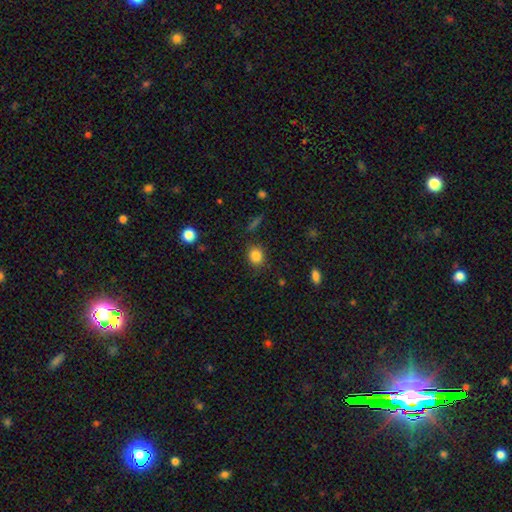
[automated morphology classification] A smooth galaxy with no disk features (84%) that is round (65%). Merging: none (87%).